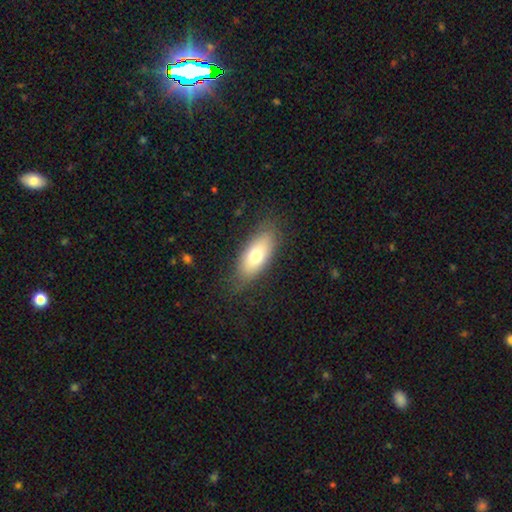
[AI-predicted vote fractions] Smooth or featured? Predicted: smooth (p=0.71). How rounded? Predicted: in between (p=0.80). Merging? Predicted: none (p=0.80).